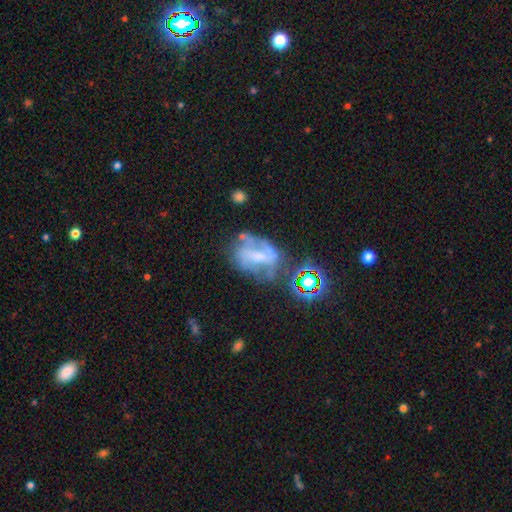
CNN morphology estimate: Overall: featured or disk (59%; smooth 24%). Edge-on disk: no (96%). Bar: no (43%; weak 36%). Spiral arms: yes (50%, tied with no). Bulge size: small (34%; none 32%). Merging: none (39%; major disturbance 25%).